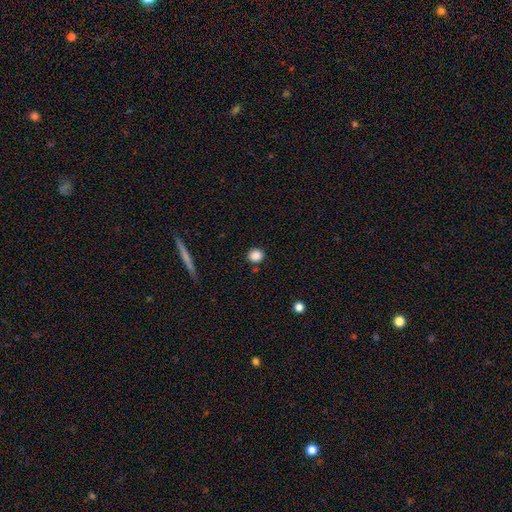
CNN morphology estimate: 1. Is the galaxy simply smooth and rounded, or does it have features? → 86% smooth, 10% star or artifact, 4% featured or disk.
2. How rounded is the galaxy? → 87% round, 11% in between, 1% cigar-shaped.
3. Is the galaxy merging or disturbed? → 86% none, 8% minor disturbance, 3% merger, 3% major disturbance.